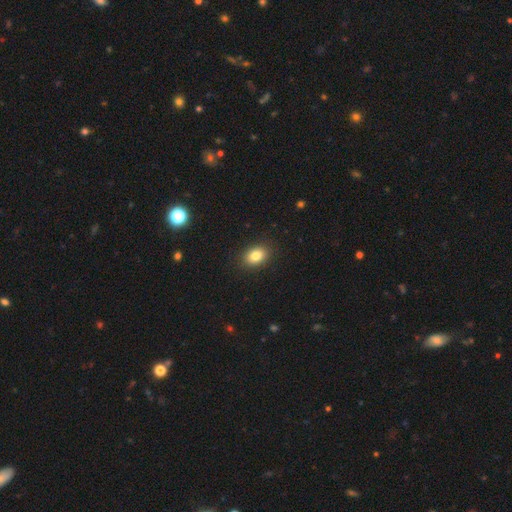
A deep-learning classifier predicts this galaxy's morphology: A smooth galaxy with no disk features (83%) that is in between round and cigar-shaped (77%). Merging: none (89%).